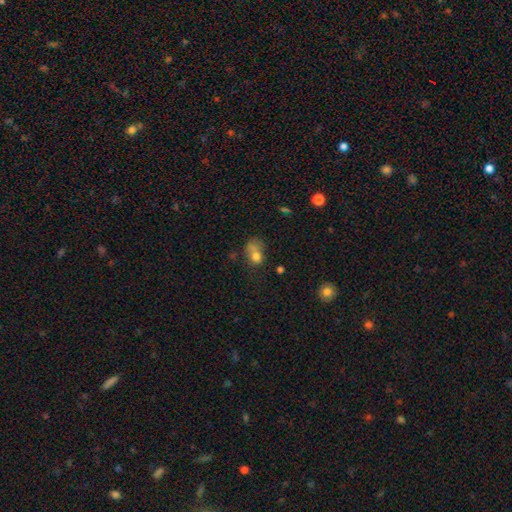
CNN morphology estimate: smooth_or_featured: smooth (p=0.70) [alt: featured or disk p=0.17]
how_rounded: round (p=0.50) [alt: in between p=0.48]
merging: merger (p=0.44) [alt: none p=0.26]